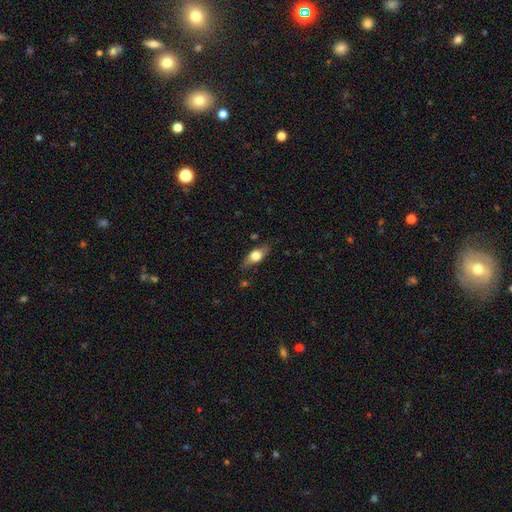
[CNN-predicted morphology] A smooth galaxy with no disk features (59%) that is in between round and cigar-shaped (72%).

Vote fractions:
- Smooth or featured? smooth: 59% / featured or disk: 34% / star or artifact: 7%
- How rounded? in between: 72% / cigar-shaped: 19% / round: 9%
- Merging? none: 76% / minor disturbance: 18% / major disturbance: 4% / merger: 2%